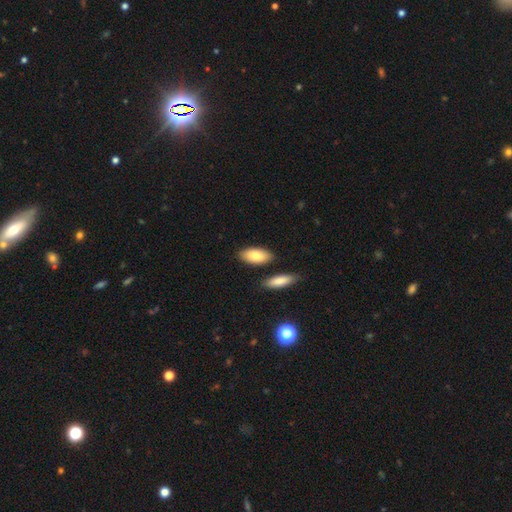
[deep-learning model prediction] Smooth or featured: smooth — 83% (featured or disk — 11%)
How rounded: in between — 89% (cigar-shaped — 9%)
Merging: none — 80% (minor disturbance — 11%)